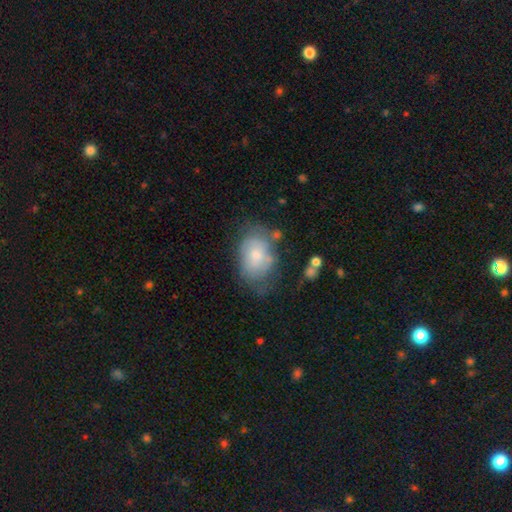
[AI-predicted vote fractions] A smooth galaxy with no disk features (53%) that is in between round and cigar-shaped (77%).

Vote fractions:
- Smooth or featured? smooth: 53% / featured or disk: 39% / star or artifact: 8%
- How rounded? in between: 77% / round: 22% / cigar-shaped: 1%
- Merging? none: 52% / minor disturbance: 29% / major disturbance: 15% / merger: 4%